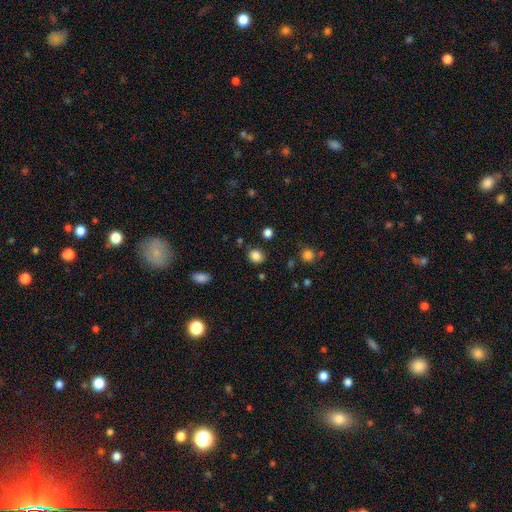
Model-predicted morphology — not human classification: A smooth galaxy with no disk features (84%) that is round (68%). Merging: none (84%).